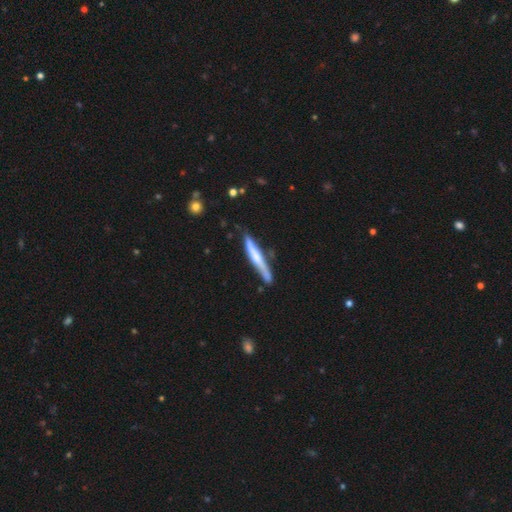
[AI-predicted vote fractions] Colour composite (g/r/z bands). It shows a featured or disk galaxy (54%) viewed edge-on (92%). Merging: none (69%).